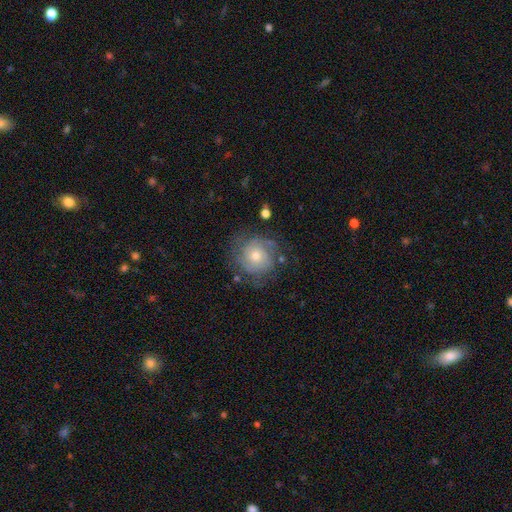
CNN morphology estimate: This is likely a featured or disk galaxy (65%). It is clearly not viewed edge-on (97%). Bar: clearly no (81%). Spiral arm pattern: clearly yes (86%). Spiral arm count: marginally can't tell (42%). Spiral winding: likely tight (64%). Central bulge: possibly moderate (53%). Merging: likely none (72%).